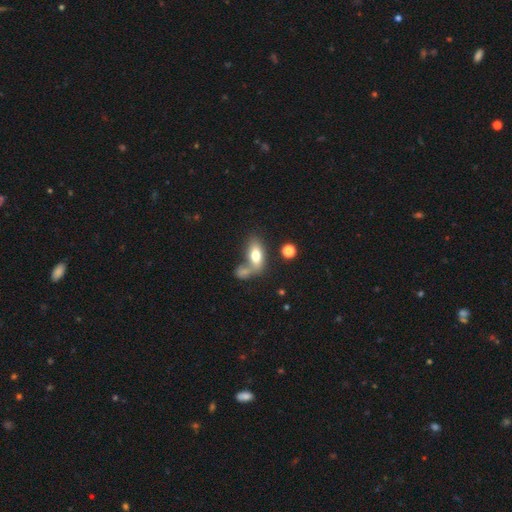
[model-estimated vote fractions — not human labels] A smooth galaxy with no disk features (72%) that is in between round and cigar-shaped (84%).

Vote fractions:
- Smooth or featured? smooth: 72% / featured or disk: 20% / star or artifact: 8%
- How rounded? in between: 84% / cigar-shaped: 10% / round: 6%
- Merging? none: 42% / merger: 37% / minor disturbance: 13% / major disturbance: 8%